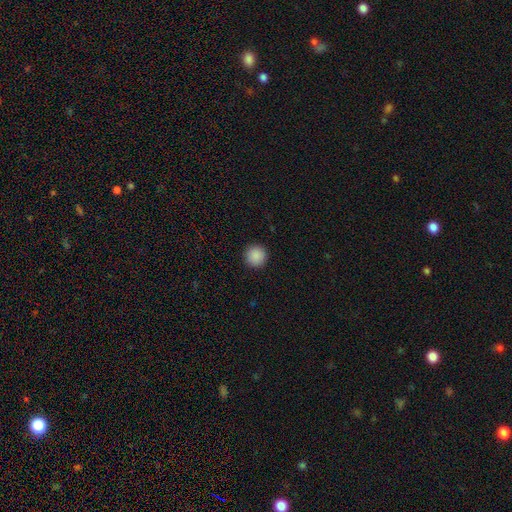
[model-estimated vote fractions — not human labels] smooth-or-featured: smooth: 89% | star or artifact: 9% | featured or disk: 2%
  how-rounded: round: 96% | in between: 3% | cigar-shaped: 1%
  merging: none: 93% | minor disturbance: 4% | major disturbance: 2% | merger: 1%